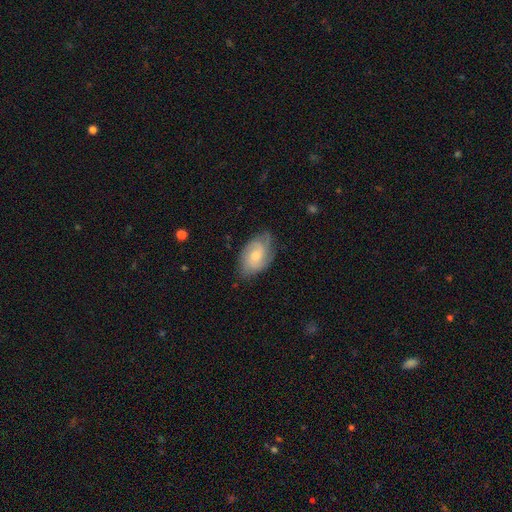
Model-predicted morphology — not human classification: featured or disk 68%, smooth 26%, star or artifact 6%. Down the decision tree: edge-on disk — no (96%); bar — no (69%); spiral arms — yes (92%); spiral arm count — 3 (30%); spiral winding — tight (47%); bulge size — moderate (51%); merging — none (72%).